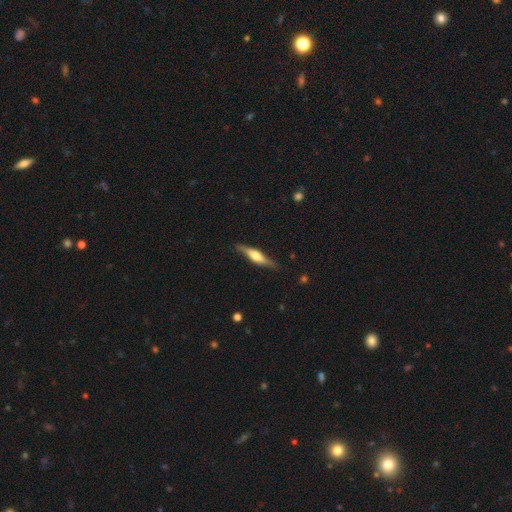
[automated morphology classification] smooth-or-featured: featured or disk: 64% | smooth: 31% | star or artifact: 5%
  disk-edge-on: yes: 95% | no: 5%
    edge-on-bulge: rounded: 87% | boxy: 10% | none: 3%
  merging: none: 84% | minor disturbance: 13% | major disturbance: 2% | merger: 1%